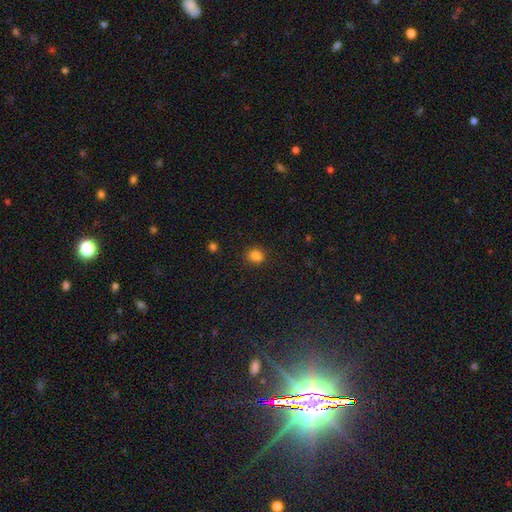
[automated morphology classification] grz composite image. It shows a smooth galaxy with no disk features (82%) that is round (55%). Merging: none (77%).